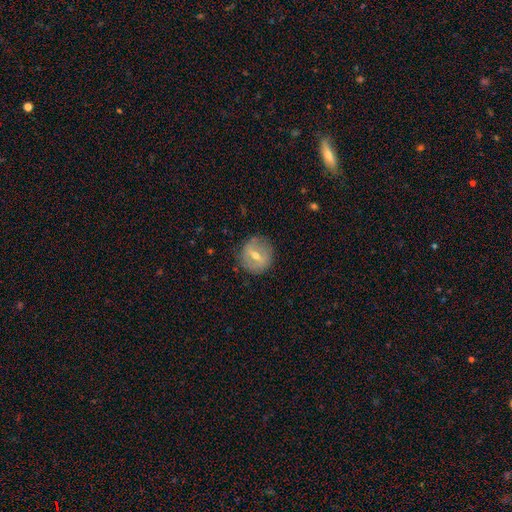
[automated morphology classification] Smooth or featured?
  - featured or disk: 55% *
  - smooth: 35%
  - star or artifact: 10%
Edge-on disk?
  - no: 91% *
  - yes: 9%
Bar?
  - weak: 44% *
  - strong: 40%
  - no: 16%
Spiral arms?
  - no: 66% *
  - yes: 34%
Bulge size?
  - moderate: 58% *
  - small: 38%
  - large: 2%
  - none: 1%
  - dominant: 1%
Merging?
  - none: 84% *
  - minor disturbance: 11%
  - major disturbance: 4%
  - merger: 1%